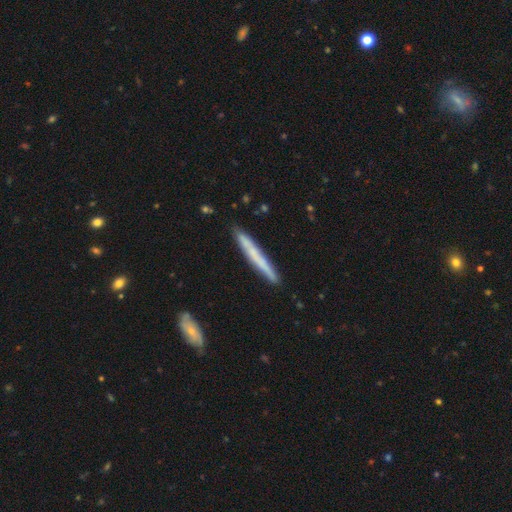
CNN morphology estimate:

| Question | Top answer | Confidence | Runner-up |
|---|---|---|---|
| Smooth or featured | smooth | 55% | featured or disk (39%) |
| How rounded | cigar-shaped | 97% | in between (2%) |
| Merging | none | 89% | minor disturbance (8%) |